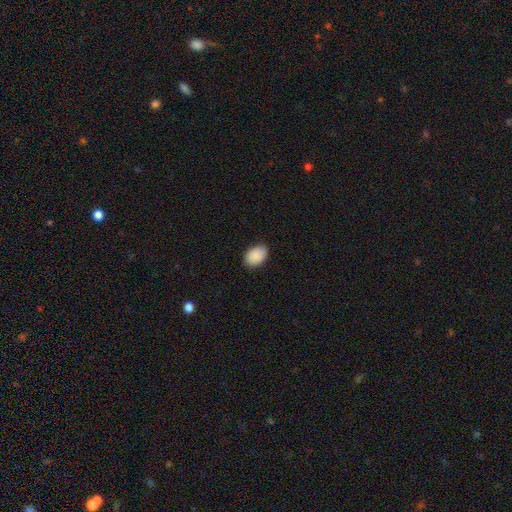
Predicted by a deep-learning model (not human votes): Q: Smooth or featured?
A: smooth (90%); runner-up: star or artifact (7%)
Q: How rounded?
A: in between (82%); runner-up: round (17%)
Q: Merging?
A: none (85%); runner-up: minor disturbance (12%)